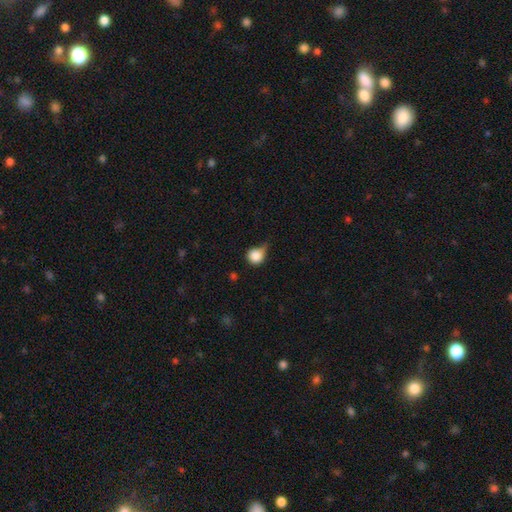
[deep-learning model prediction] A smooth galaxy with no disk features (84%) that is round (87%).

Vote fractions:
- Smooth or featured? smooth: 84% / star or artifact: 9% / featured or disk: 7%
- How rounded? round: 87% / in between: 12% / cigar-shaped: 1%
- Merging? minor disturbance: 45% / none: 34% / major disturbance: 16% / merger: 4%